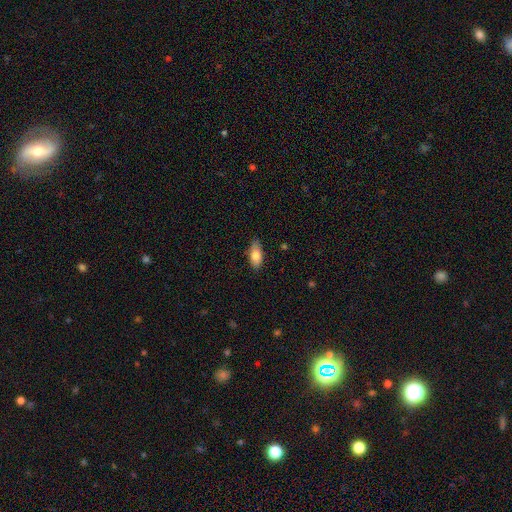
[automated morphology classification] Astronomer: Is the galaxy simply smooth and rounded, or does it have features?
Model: smooth — 80%.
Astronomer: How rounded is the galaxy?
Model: in between — 85%.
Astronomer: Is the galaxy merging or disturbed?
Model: none — 81%.